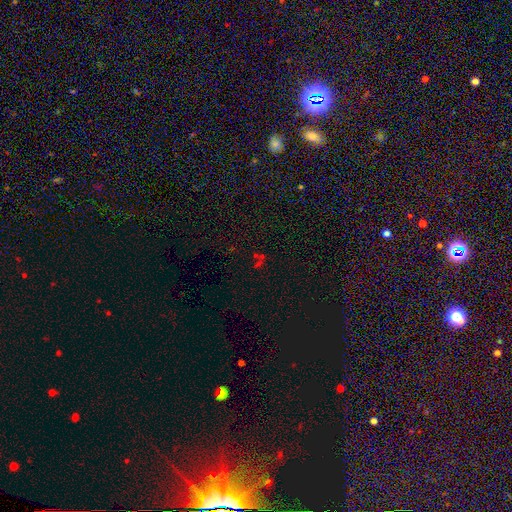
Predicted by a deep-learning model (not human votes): A star or artifact, not a galaxy (58%).

Vote fractions:
- Smooth or featured? star or artifact: 58% / smooth: 28% / featured or disk: 13%